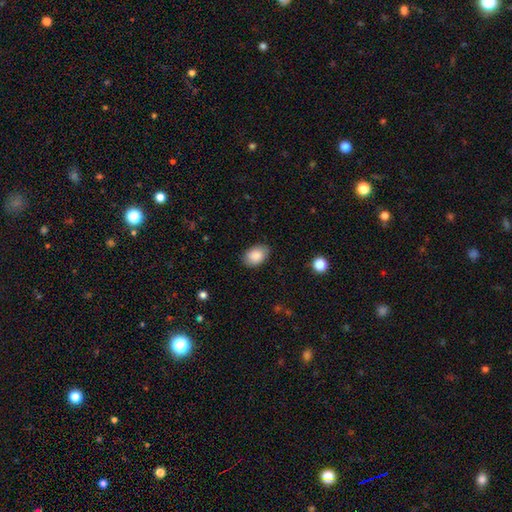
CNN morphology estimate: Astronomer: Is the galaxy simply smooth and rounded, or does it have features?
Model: smooth — 88%.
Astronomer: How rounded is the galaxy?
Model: in between — 86%.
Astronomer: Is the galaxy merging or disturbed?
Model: none — 82%.